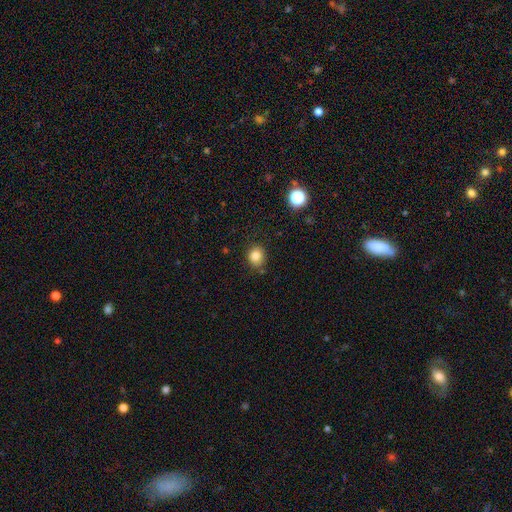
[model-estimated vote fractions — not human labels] A smooth galaxy with no disk features (82%) that is round (71%).

Vote fractions:
- Smooth or featured? smooth: 82% / star or artifact: 12% / featured or disk: 6%
- How rounded? round: 71% / in between: 28% / cigar-shaped: 1%
- Merging? none: 79% / minor disturbance: 15% / major disturbance: 3% / merger: 3%